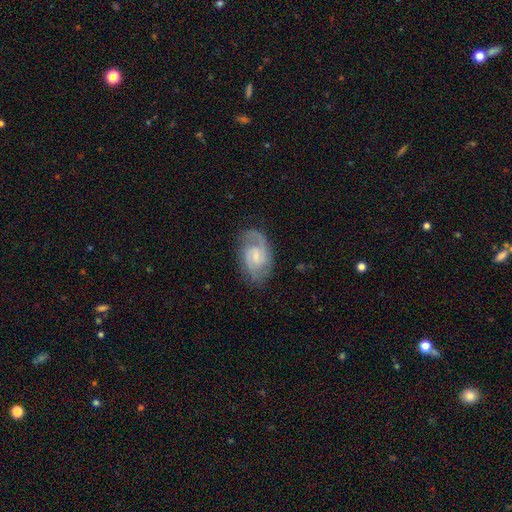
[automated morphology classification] Smooth or featured? featured or disk (82%)
Edge-on disk? no (97%)
Bar? no (47%)
Spiral arms? yes (96%)
Spiral winding? medium (50%)
Spiral arm count? 2 (80%)
Bulge size? small (56%)
Merging? none (77%)